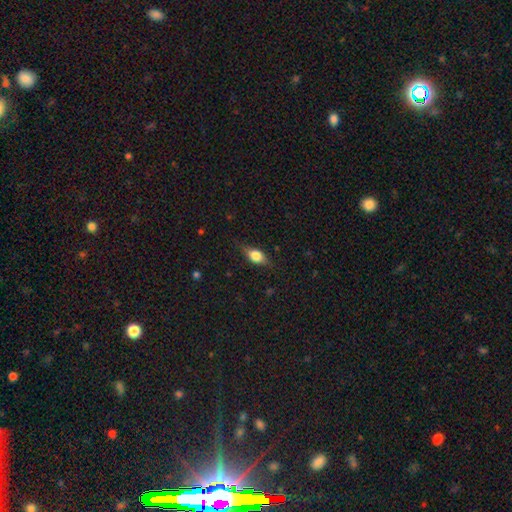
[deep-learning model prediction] A smooth galaxy with no disk features (66%) that is in between round and cigar-shaped (75%). Merging: none (76%).